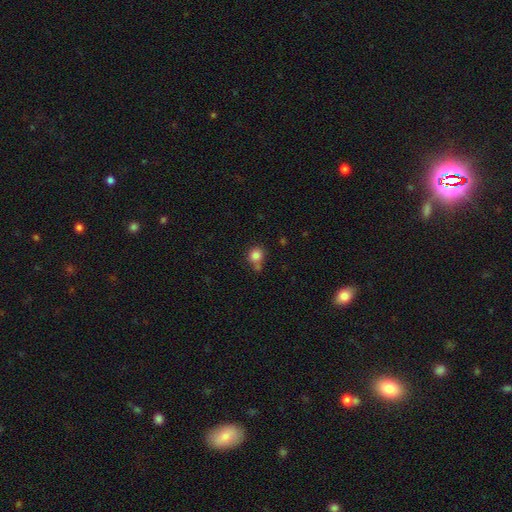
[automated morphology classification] Smooth or featured: smooth — 83% (star or artifact — 11%)
How rounded: round — 85% (in between — 14%)
Merging: none — 59% (merger — 19%)